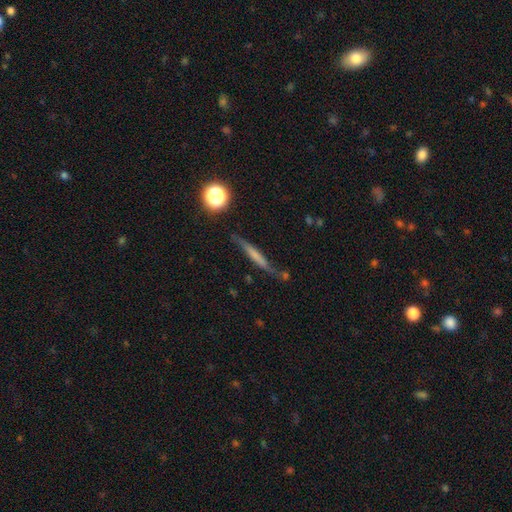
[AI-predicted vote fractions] Smooth or featured? smooth (45%)
Merging? none (66%)